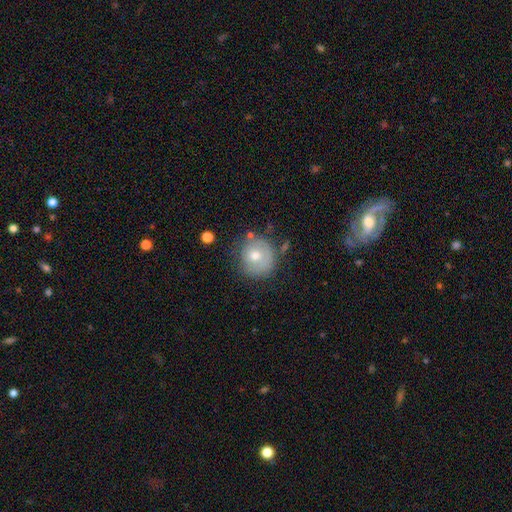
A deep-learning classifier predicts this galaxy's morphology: smooth 65%, featured or disk 27%, star or artifact 8%. Down the decision tree: how rounded — round (86%); merging — none (66%).